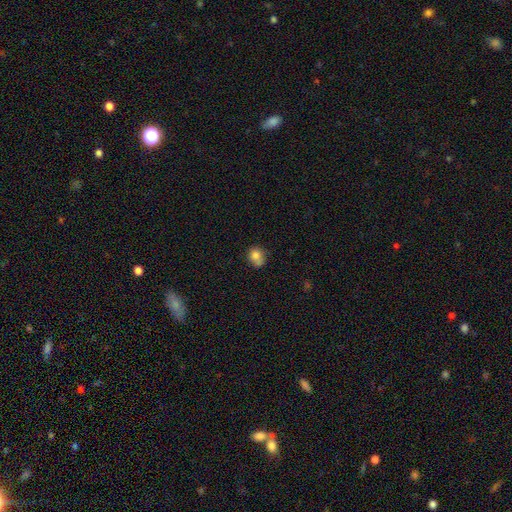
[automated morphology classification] type=smooth (80%); roundness=round (68%); merging=none (53%).